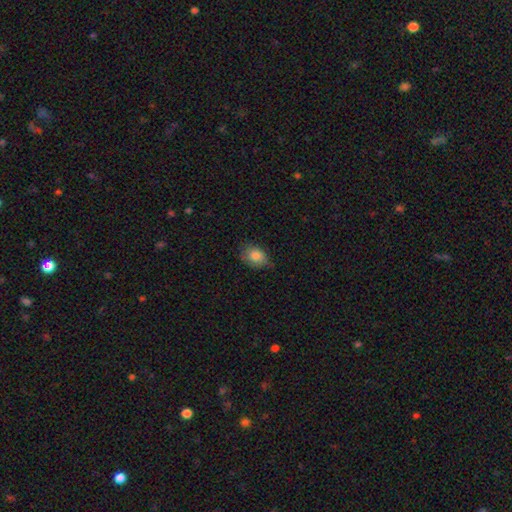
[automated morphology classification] This appears to be a smooth galaxy with no disk features (83%) that is in between round and cigar-shaped (70%). Merging: none (71%).